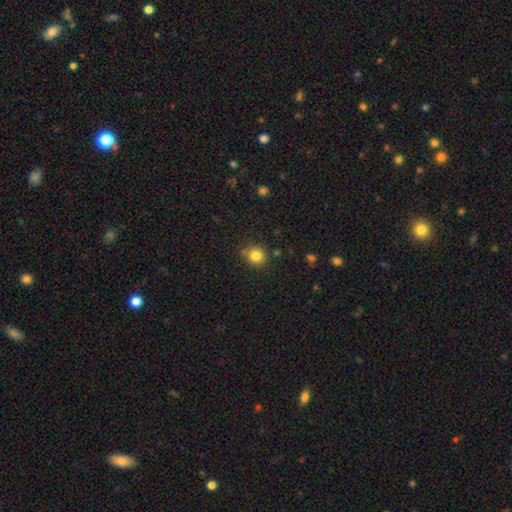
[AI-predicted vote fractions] smooth 82%, star or artifact 12%, featured or disk 6%. Down the decision tree: how rounded — round (86%); merging — none (78%).